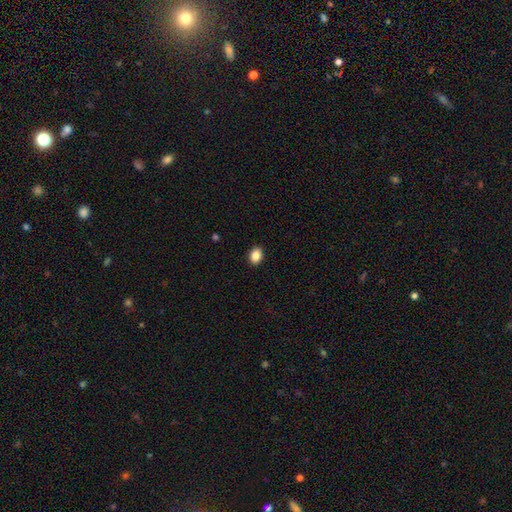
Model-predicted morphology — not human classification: type=smooth (87%); roundness=in between (71%); merging=none (91%).